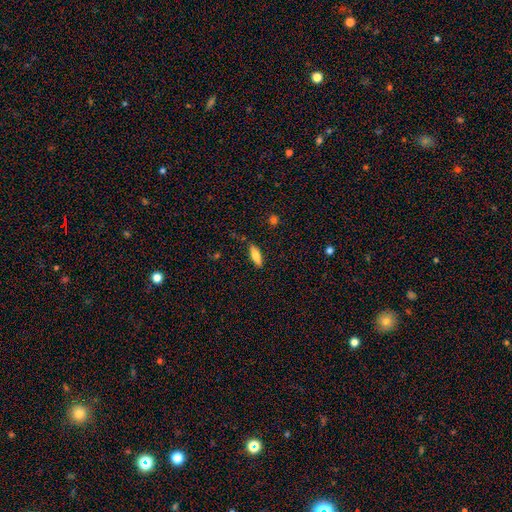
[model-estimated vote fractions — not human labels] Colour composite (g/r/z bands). It shows a smooth galaxy with no disk features (78%) that is in between round and cigar-shaped (52%). Merging: none (84%).